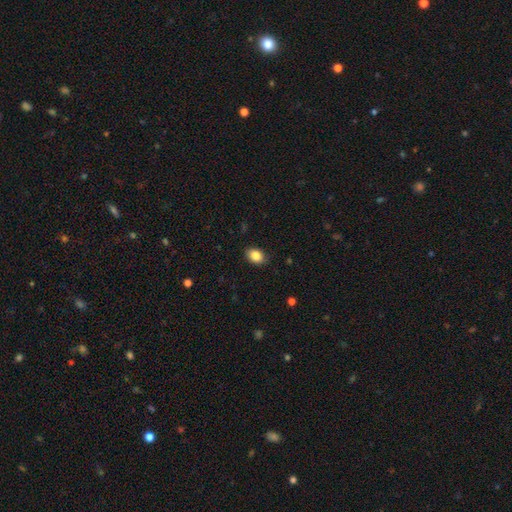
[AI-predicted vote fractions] Overall: smooth (86%). How rounded: in between (75%). Merging: none (87%).